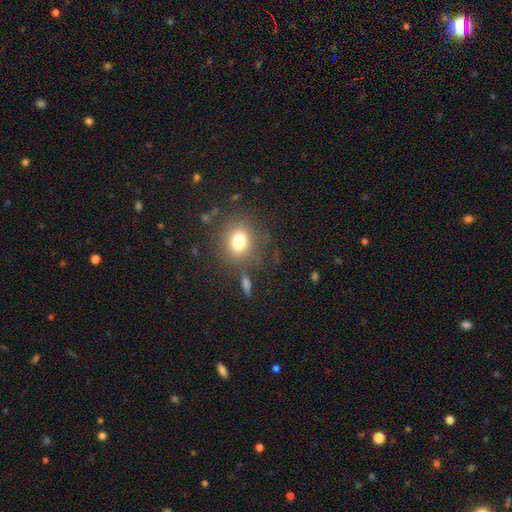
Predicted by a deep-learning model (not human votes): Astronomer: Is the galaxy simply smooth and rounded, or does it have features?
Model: smooth — 59%.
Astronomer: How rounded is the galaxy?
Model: round — 87%.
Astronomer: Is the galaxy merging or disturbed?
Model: none — 83%.